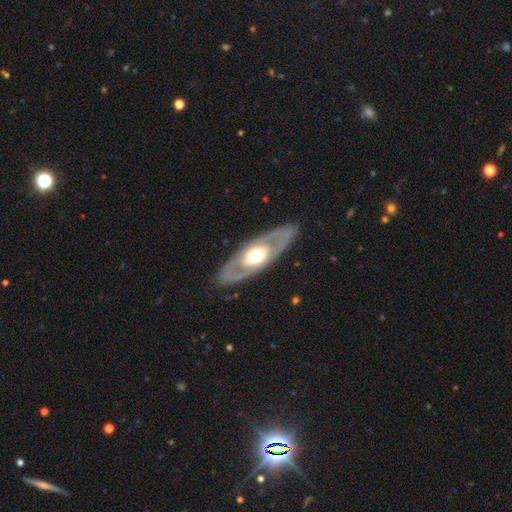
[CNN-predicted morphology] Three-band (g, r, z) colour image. It shows a featured or disk galaxy (67%) with no bar (84%), no spiral arms (78%) and a moderate central bulge (56%). Merging: none (84%).